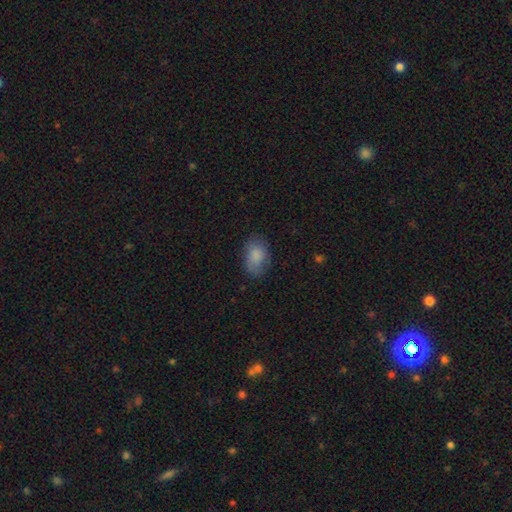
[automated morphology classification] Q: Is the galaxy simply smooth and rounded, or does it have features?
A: smooth — 83%.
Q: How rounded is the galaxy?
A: in between — 88%.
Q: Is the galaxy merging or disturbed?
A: none — 69%.